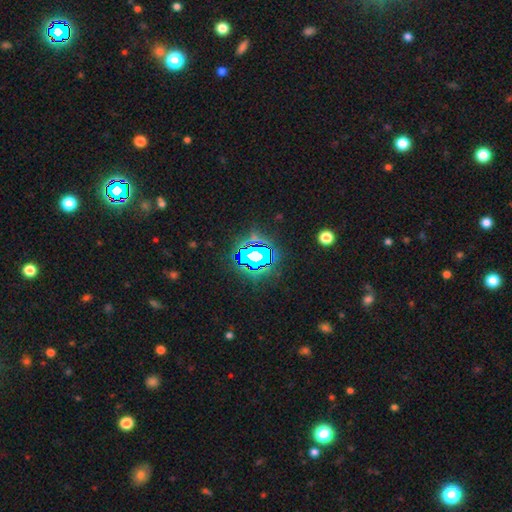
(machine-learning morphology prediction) This is likely a star or artifact rather than a galaxy (73%).